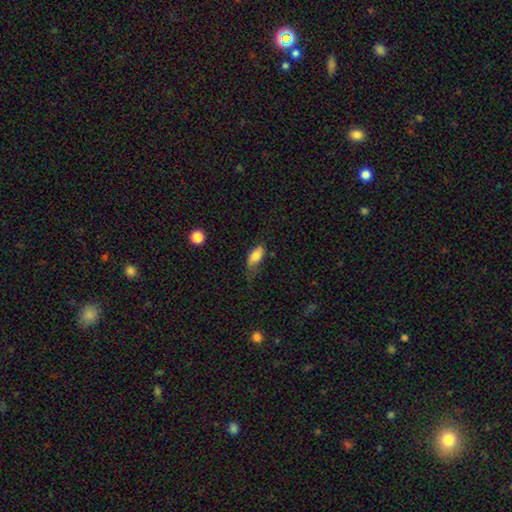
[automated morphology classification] The model was most divided on "merging": none: 44%, minor disturbance: 36%, major disturbance: 19%, merger: 2%. More confident: how rounded — in between (87%); smooth or featured — smooth (81%).